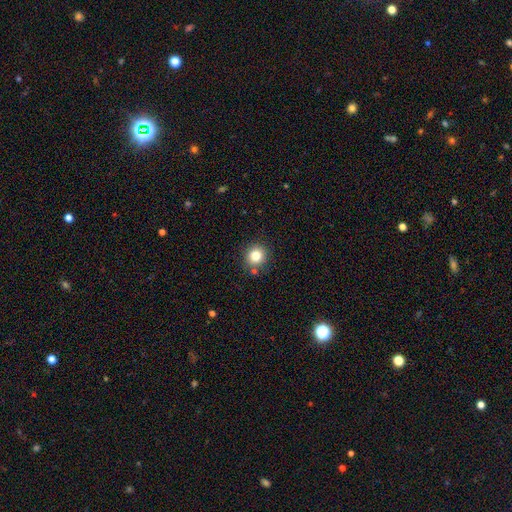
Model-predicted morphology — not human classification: This is clearly a smooth galaxy (81%). How rounded: clearly round (92%). Merging: clearly none (85%).